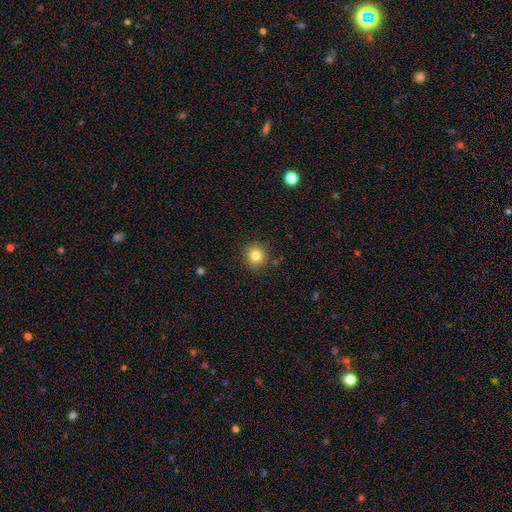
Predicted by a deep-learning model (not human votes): Smooth or featured?
  - smooth: 81% *
  - star or artifact: 11%
  - featured or disk: 7%
How rounded?
  - round: 91% *
  - in between: 8%
  - cigar-shaped: 1%
Merging?
  - none: 87% *
  - minor disturbance: 9%
  - major disturbance: 2%
  - merger: 2%